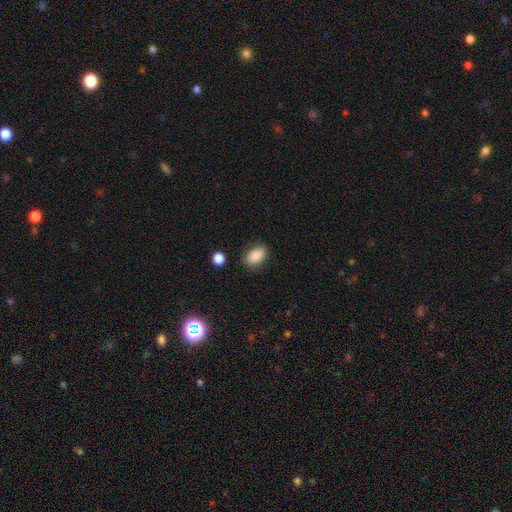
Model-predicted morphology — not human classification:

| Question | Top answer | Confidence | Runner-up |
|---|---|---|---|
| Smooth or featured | smooth | 87% | star or artifact (8%) |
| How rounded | in between | 91% | round (7%) |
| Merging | none | 84% | minor disturbance (11%) |